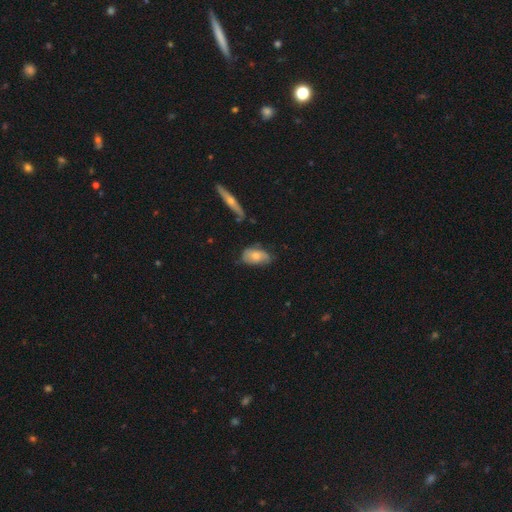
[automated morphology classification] This appears to be a smooth galaxy with no disk features (64%) that is in between round and cigar-shaped (90%). Merging: none (56%).